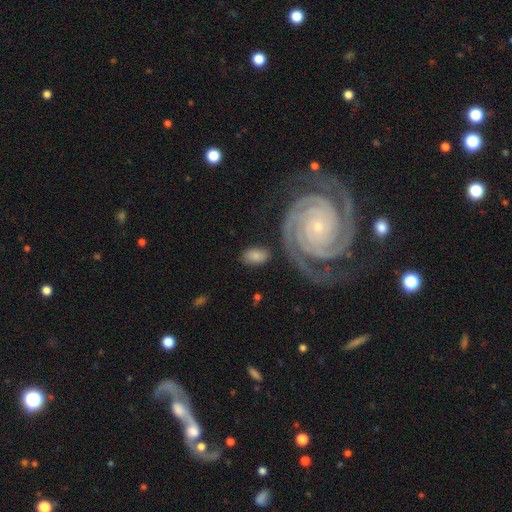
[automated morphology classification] A smooth galaxy with no disk features (65%) that is in between round and cigar-shaped (90%). Merging: none (73%).